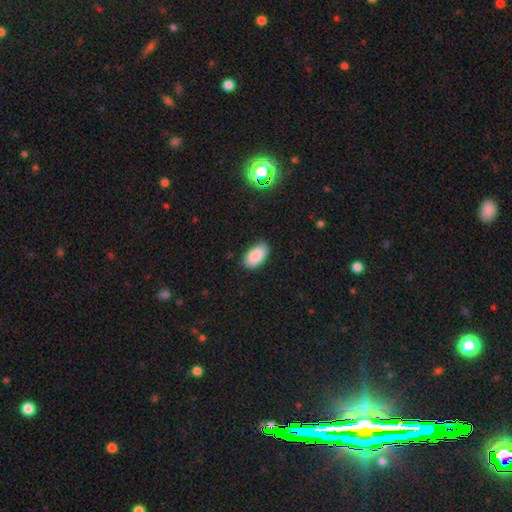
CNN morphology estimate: smooth 88%, star or artifact 7%, featured or disk 4%. Down the decision tree: how rounded — in between (95%); merging — none (77%).